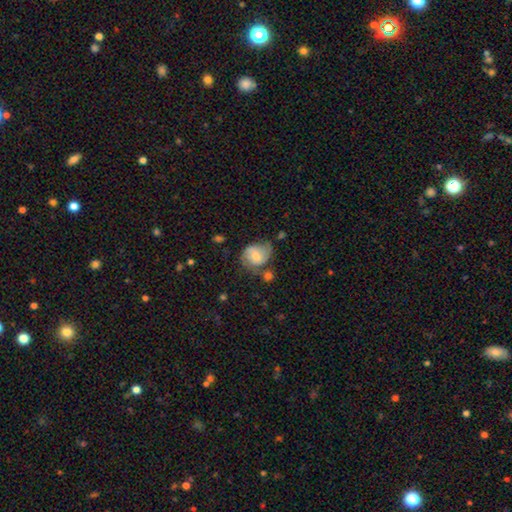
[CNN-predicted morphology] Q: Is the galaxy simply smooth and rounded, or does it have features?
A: smooth — 54%.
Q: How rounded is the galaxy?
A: round — 58%.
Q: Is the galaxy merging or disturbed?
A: none — 48%.